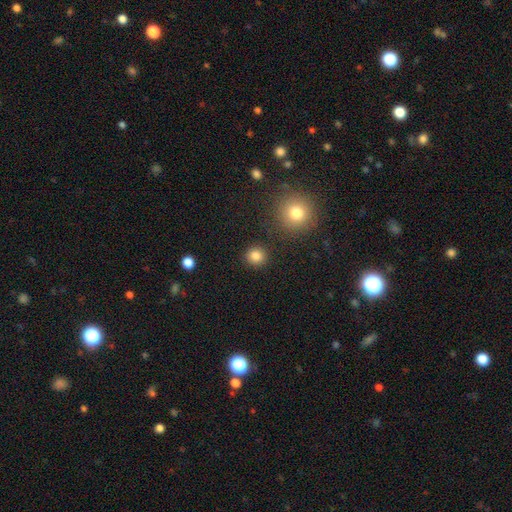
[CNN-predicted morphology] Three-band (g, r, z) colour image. It shows a smooth galaxy with no disk features (84%) that is round (90%). Merging: none (89%).